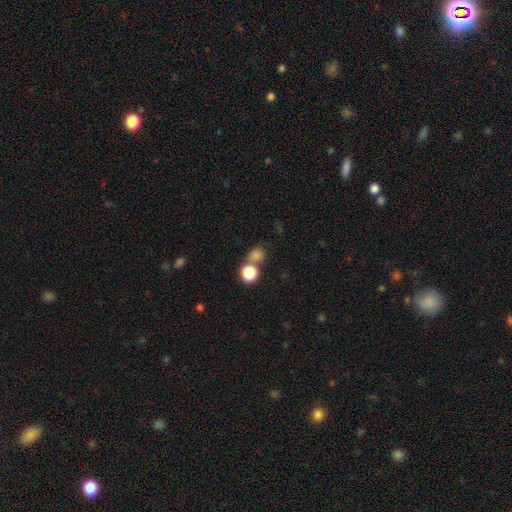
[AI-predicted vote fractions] smooth 80%, star or artifact 14%, featured or disk 6%. Down the decision tree: how rounded — round (78%); merging — none (52%).